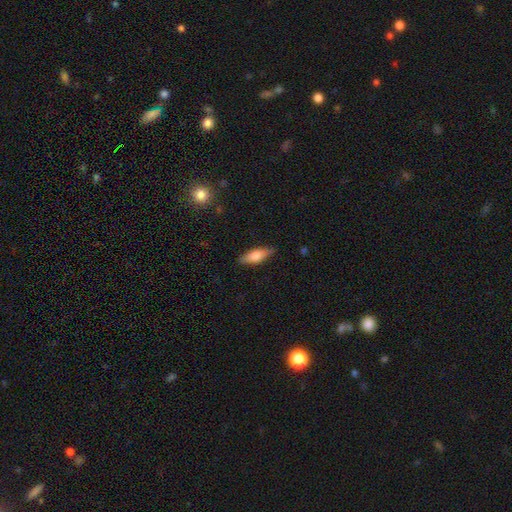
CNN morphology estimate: Smooth or featured? smooth (72%)
How rounded? in between (61%)
Merging? none (85%)